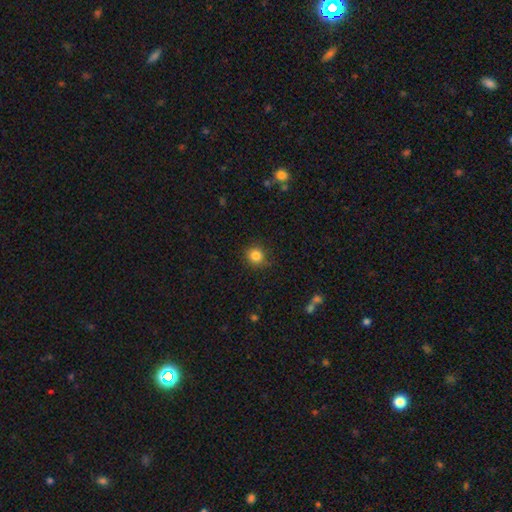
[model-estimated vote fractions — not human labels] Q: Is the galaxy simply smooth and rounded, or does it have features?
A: smooth — 84%.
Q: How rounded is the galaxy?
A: round — 88%.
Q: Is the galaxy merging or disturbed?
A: none — 87%.